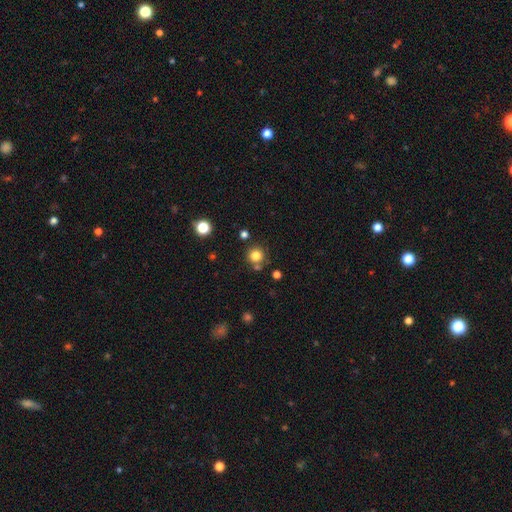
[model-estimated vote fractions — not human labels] Q: Smooth or featured?
A: smooth (81%); runner-up: star or artifact (13%)
Q: How rounded?
A: round (93%); runner-up: in between (6%)
Q: Merging?
A: none (76%); runner-up: merger (12%)